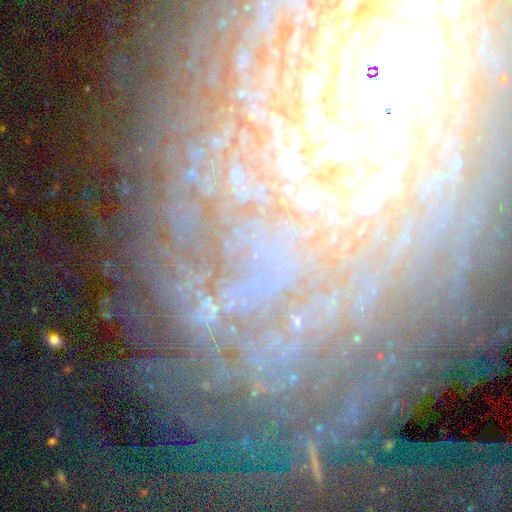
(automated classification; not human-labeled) Smooth or featured: featured or disk — 51% (star or artifact — 36%)
Edge-on disk: no — 89% (yes — 11%)
Merging: none — 70% (minor disturbance — 15%)